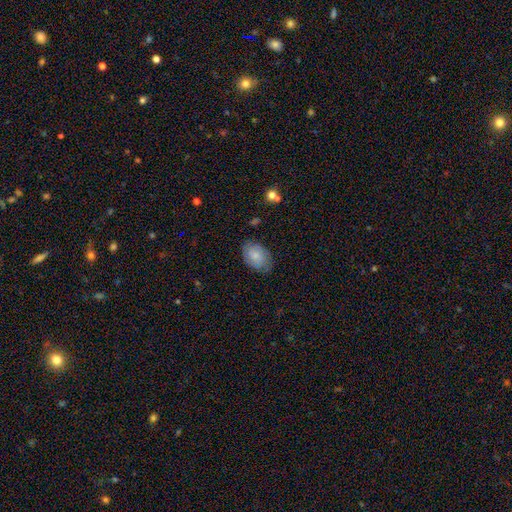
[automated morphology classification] Smooth or featured?
  - smooth: 71% *
  - featured or disk: 21%
  - star or artifact: 7%
How rounded?
  - in between: 85% *
  - round: 14%
  - cigar-shaped: 1%
Merging?
  - none: 73% *
  - minor disturbance: 20%
  - major disturbance: 5%
  - merger: 1%